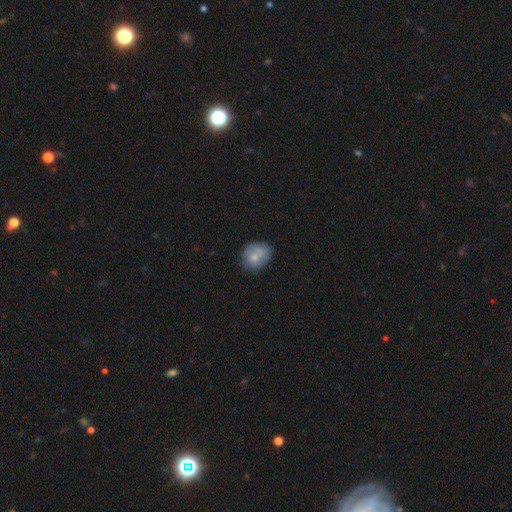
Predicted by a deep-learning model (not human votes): Smooth or featured? smooth (71%)
How rounded? round (63%)
Merging? none (65%)